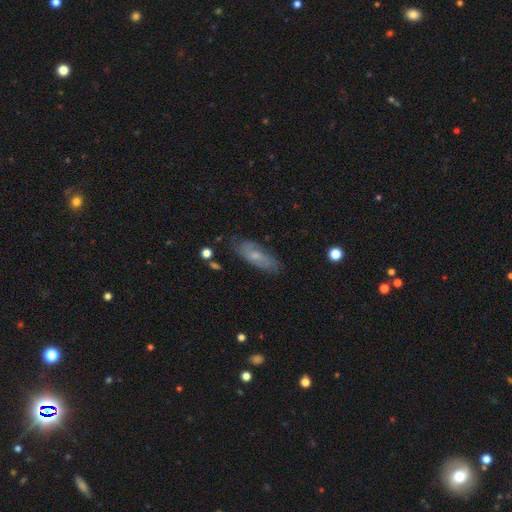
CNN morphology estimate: This is possibly a smooth galaxy (57%). How rounded: likely in between (61%). Merging: likely none (77%).